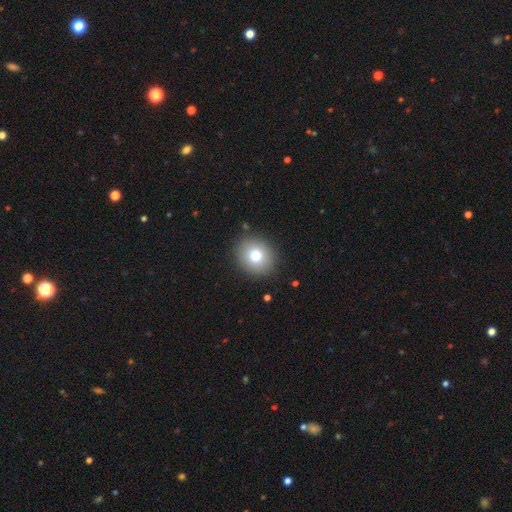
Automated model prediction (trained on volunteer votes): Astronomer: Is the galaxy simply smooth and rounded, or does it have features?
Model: smooth — 75%.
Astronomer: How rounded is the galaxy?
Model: round — 76%.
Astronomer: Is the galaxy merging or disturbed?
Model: none — 89%.